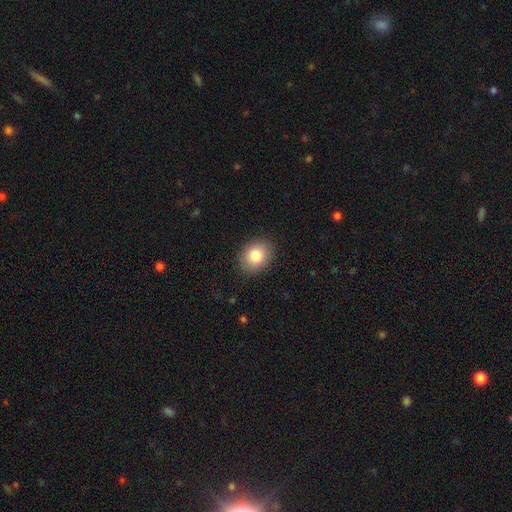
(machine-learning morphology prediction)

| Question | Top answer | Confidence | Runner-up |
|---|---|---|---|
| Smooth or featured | smooth | 83% | featured or disk (9%) |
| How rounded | in between | 52% | round (47%) |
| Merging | none | 88% | minor disturbance (8%) |